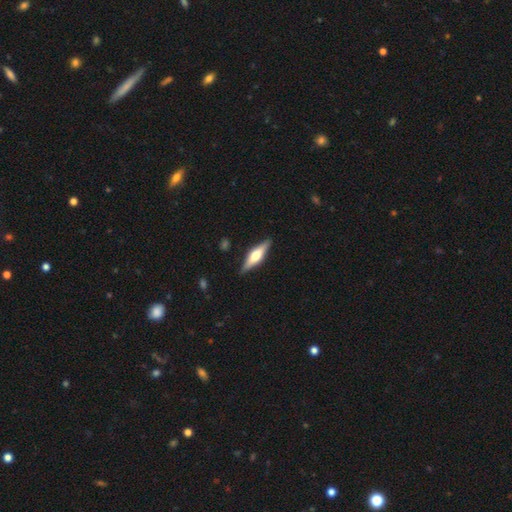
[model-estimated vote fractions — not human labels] Morphology: type=featured or disk (59%); edge-on=yes (95%); edge-on bulge=rounded (91%); merging=none (89%).